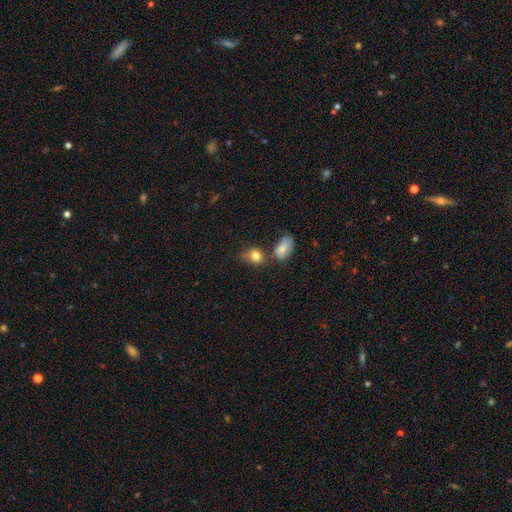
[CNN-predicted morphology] type=smooth (78%); roundness=in between (58%); merging=none (39%).